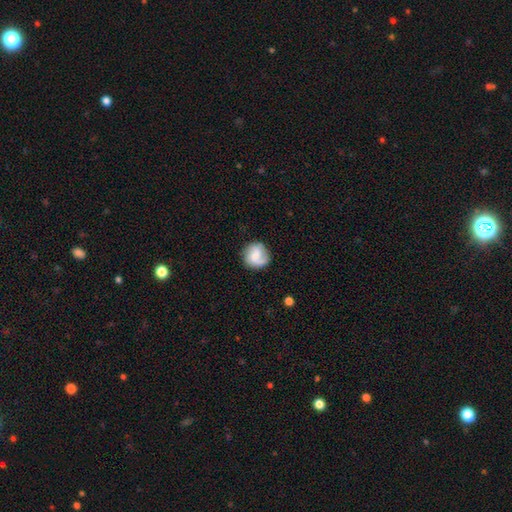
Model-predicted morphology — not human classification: featured or disk 49%, smooth 43%, star or artifact 8%. Down the decision tree: merging — none (73%).